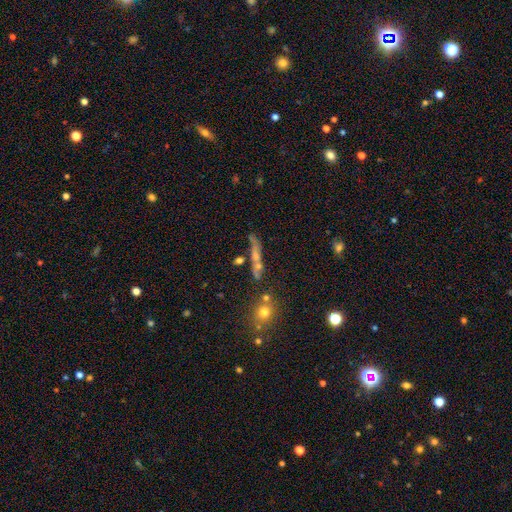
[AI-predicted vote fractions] Smooth or featured?
  - featured or disk: 40% *
  - smooth: 36%
  - star or artifact: 23%
Merging?
  - none: 58% *
  - minor disturbance: 16%
  - merger: 16%
  - major disturbance: 10%